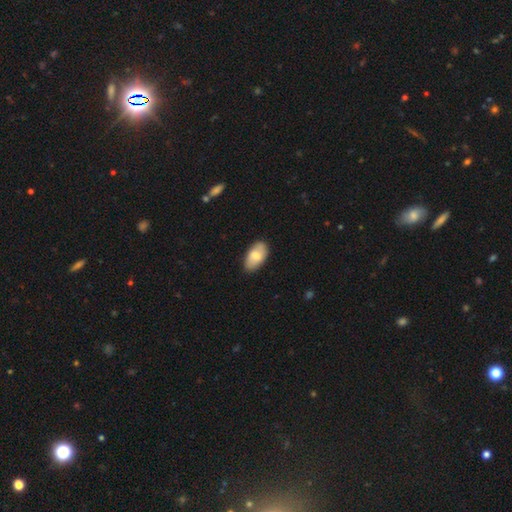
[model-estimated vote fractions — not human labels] Smooth or featured: smooth — 74% (featured or disk — 20%)
How rounded: in between — 95% (round — 3%)
Merging: none — 78% (minor disturbance — 18%)